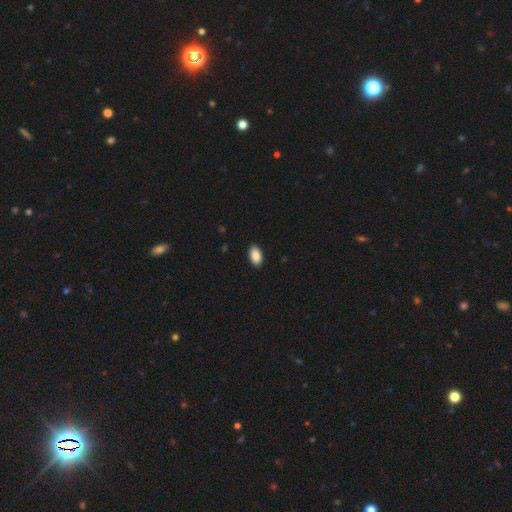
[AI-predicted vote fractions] Smooth or featured? smooth (90%)
How rounded? in between (94%)
Merging? none (90%)